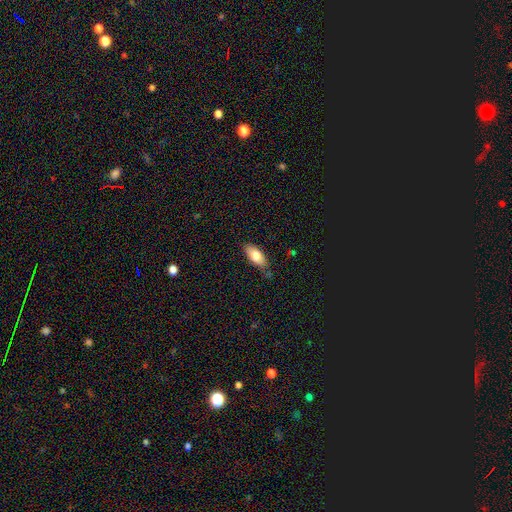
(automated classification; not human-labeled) A smooth galaxy with no disk features (75%) that is in between round and cigar-shaped (83%).

Vote fractions:
- Smooth or featured? smooth: 75% / featured or disk: 18% / star or artifact: 7%
- How rounded? in between: 83% / cigar-shaped: 14% / round: 3%
- Merging? none: 74% / minor disturbance: 20% / major disturbance: 3% / merger: 3%